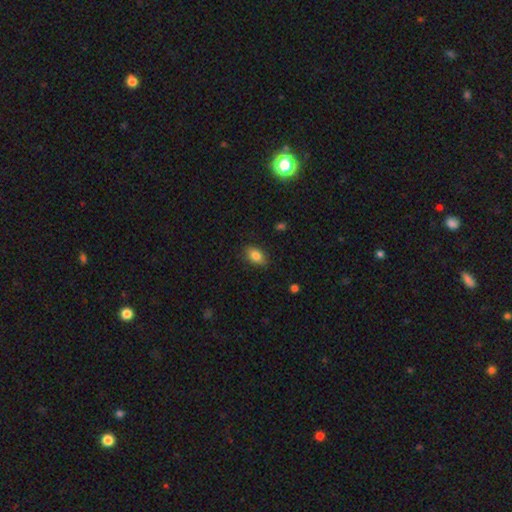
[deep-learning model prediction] A smooth galaxy with no disk features (82%) that is in between round and cigar-shaped (87%). Merging: none (84%).